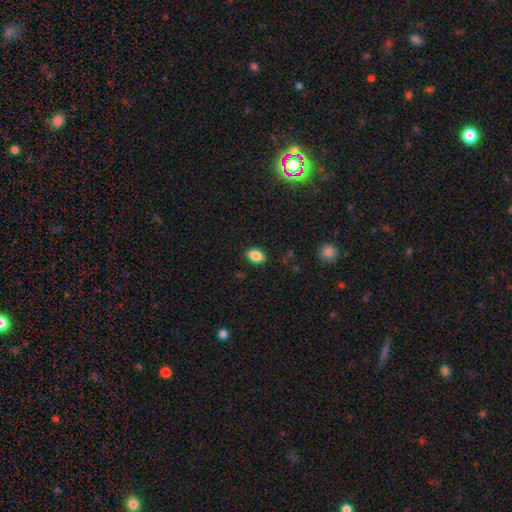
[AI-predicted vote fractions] Smooth or featured? Predicted: smooth (p=0.86). How rounded? Predicted: in between (p=0.86). Merging? Predicted: none (p=0.86).